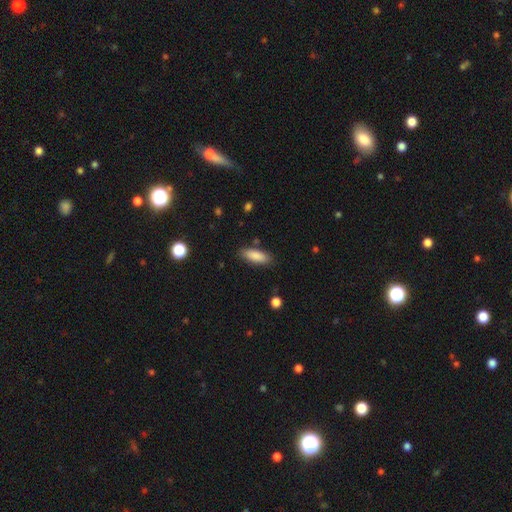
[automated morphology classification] smooth_or_featured: smooth (p=0.87) [alt: featured or disk p=0.07]
how_rounded: in between (p=0.63) [alt: cigar-shaped p=0.36]
merging: none (p=0.85) [alt: minor disturbance p=0.11]